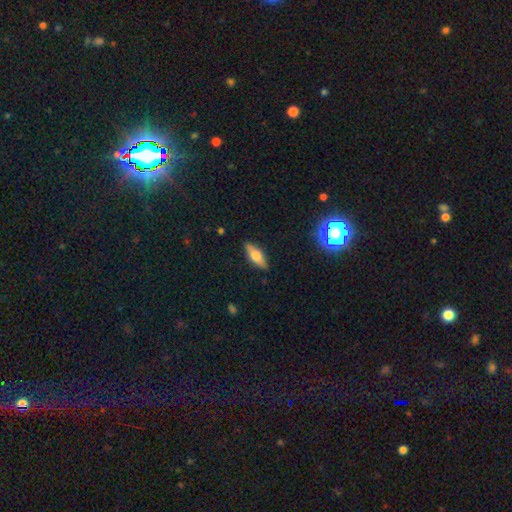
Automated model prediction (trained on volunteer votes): Smooth or featured?
  - smooth: 53% *
  - featured or disk: 39%
  - star or artifact: 8%
How rounded?
  - in between: 61% *
  - cigar-shaped: 36%
  - round: 3%
Merging?
  - none: 88% *
  - minor disturbance: 9%
  - major disturbance: 2%
  - merger: 1%